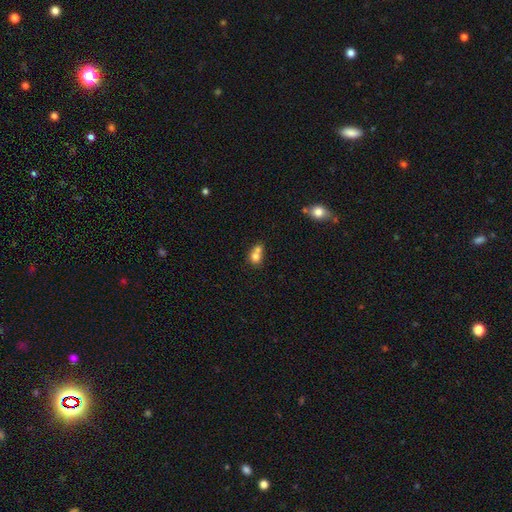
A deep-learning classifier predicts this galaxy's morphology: Smooth or featured?
  - smooth: 73% *
  - featured or disk: 16%
  - star or artifact: 11%
How rounded?
  - round: 65% *
  - in between: 33%
  - cigar-shaped: 1%
Merging?
  - merger: 64% *
  - none: 26%
  - minor disturbance: 7%
  - major disturbance: 3%